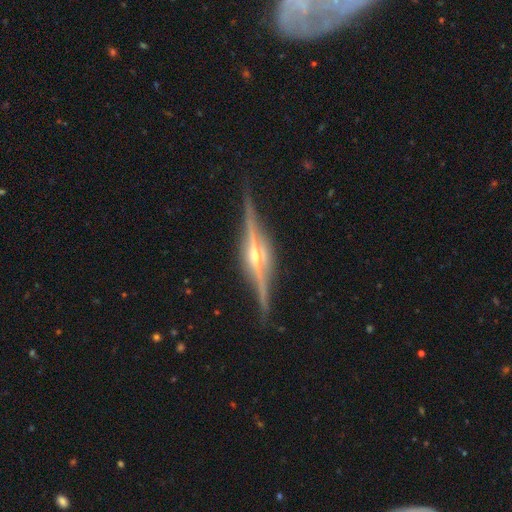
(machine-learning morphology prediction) smooth-or-featured: featured or disk: 90% | smooth: 5% | star or artifact: 5%
  disk-edge-on: yes: 98% | no: 2%
    edge-on-bulge: rounded: 84% | boxy: 11% | none: 5%
  merging: none: 86% | minor disturbance: 10% | major disturbance: 2% | merger: 1%